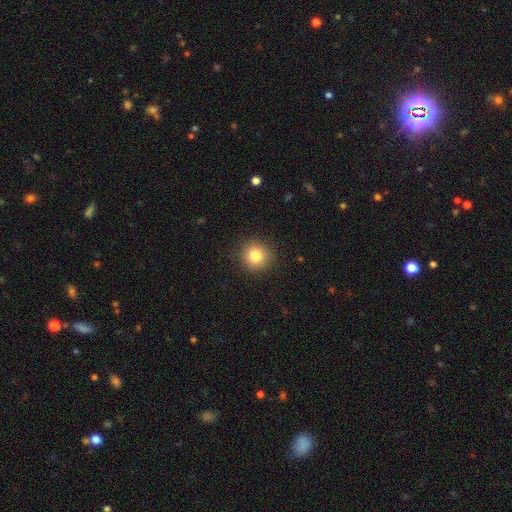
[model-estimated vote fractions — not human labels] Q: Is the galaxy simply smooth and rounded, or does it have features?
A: smooth — 82%.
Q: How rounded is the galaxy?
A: round — 91%.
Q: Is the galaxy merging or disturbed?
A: none — 89%.